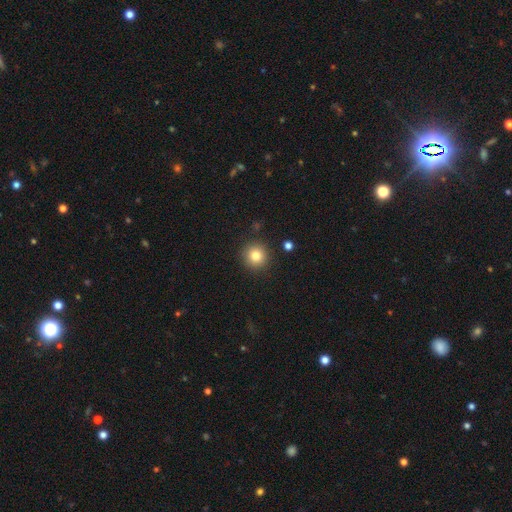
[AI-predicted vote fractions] Smooth or featured?
  - smooth: 81% *
  - star or artifact: 11%
  - featured or disk: 7%
How rounded?
  - round: 94% *
  - in between: 5%
  - cigar-shaped: 1%
Merging?
  - none: 89% *
  - minor disturbance: 6%
  - major disturbance: 2%
  - merger: 2%